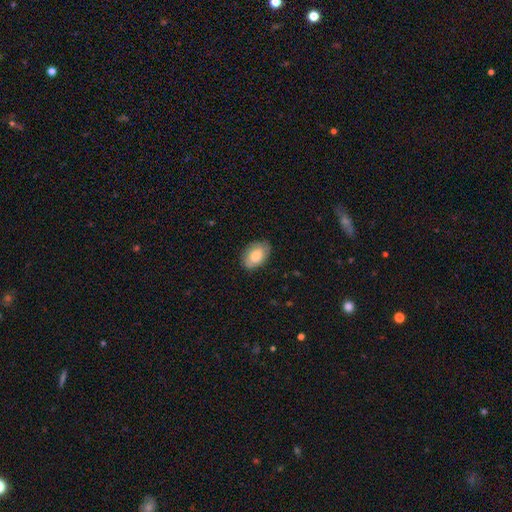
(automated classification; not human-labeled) smooth 78%, featured or disk 15%, star or artifact 6%. Down the decision tree: how rounded — in between (89%); merging — none (80%).